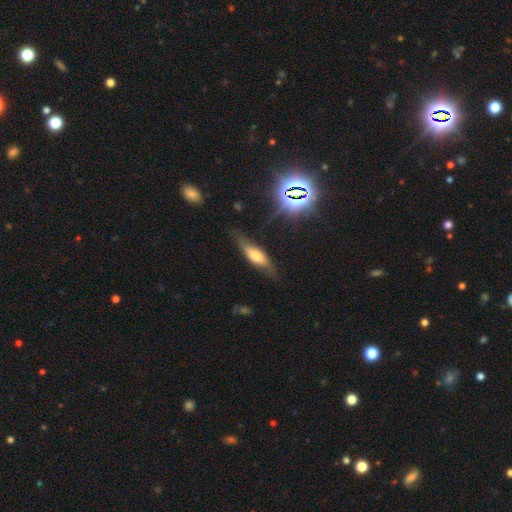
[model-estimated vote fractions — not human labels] A featured or disk galaxy (45%). Merging: none (68%).